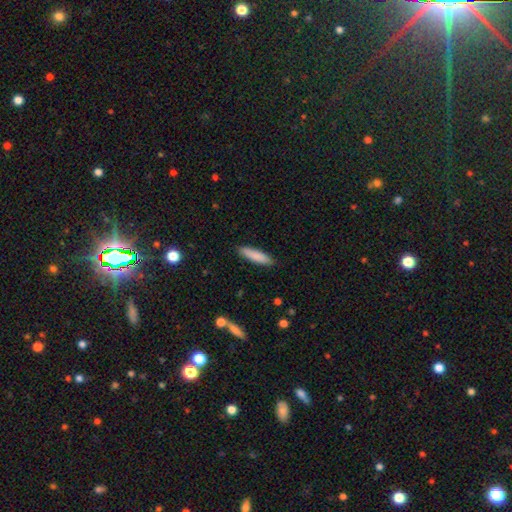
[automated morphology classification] Smooth or featured? Predicted: smooth (p=0.86). How rounded? Predicted: cigar-shaped (p=0.76). Merging? Predicted: none (p=0.89).